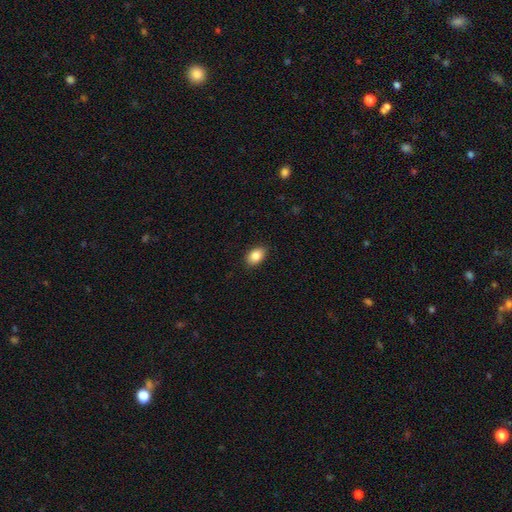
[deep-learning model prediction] Morphology: type=smooth (86%); roundness=in between (85%); merging=none (89%).